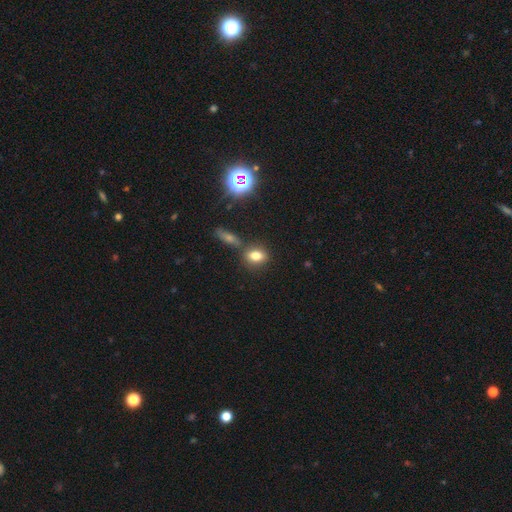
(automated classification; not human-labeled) This appears to be a smooth galaxy with no disk features (74%) that is in between round and cigar-shaped (65%). Merging: none (69%).